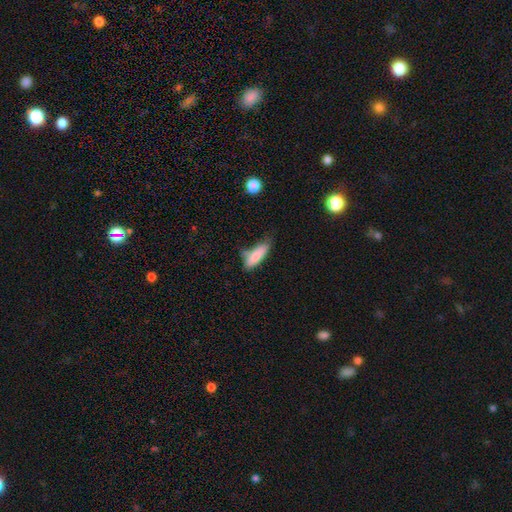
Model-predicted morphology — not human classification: type=smooth (81%); roundness=in between (56%); merging=none (44%).